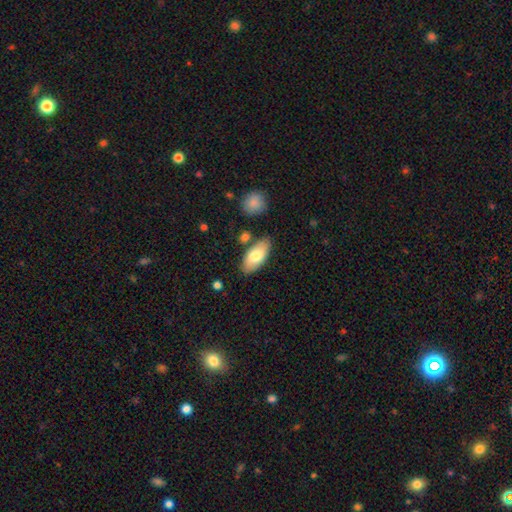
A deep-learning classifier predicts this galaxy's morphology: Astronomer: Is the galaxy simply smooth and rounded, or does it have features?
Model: smooth — 76%.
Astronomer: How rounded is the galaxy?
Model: in between — 90%.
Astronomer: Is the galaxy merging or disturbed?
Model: none — 79%.